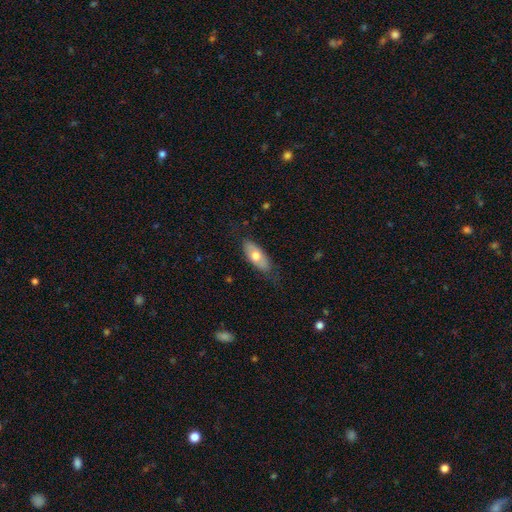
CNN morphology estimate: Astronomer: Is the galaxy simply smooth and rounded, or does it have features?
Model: smooth — 66%.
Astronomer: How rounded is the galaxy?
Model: in between — 83%.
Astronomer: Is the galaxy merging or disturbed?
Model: none — 74%.